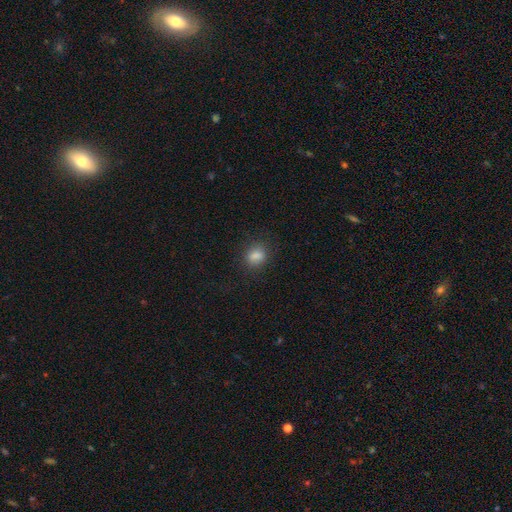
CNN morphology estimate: smooth-or-featured: smooth: 79% | star or artifact: 13% | featured or disk: 8%
  how-rounded: in between: 49% | round: 48% | cigar-shaped: 3%
  merging: none: 76% | minor disturbance: 14% | merger: 6% | major disturbance: 5%